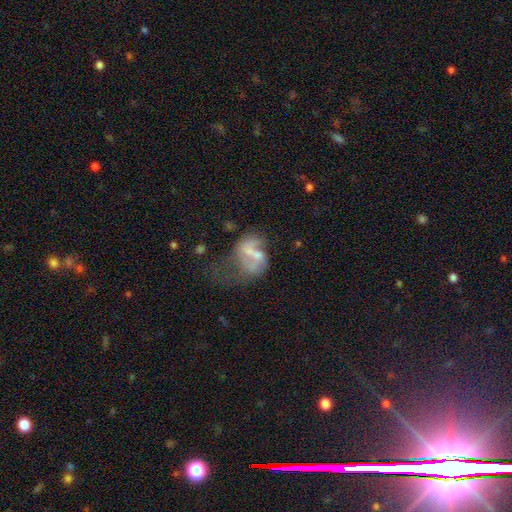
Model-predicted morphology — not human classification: Overall: featured or disk (59%; smooth 27%). Edge-on disk: no (97%). Bar: no (63%; weak 27%). Spiral arms: no (60%; yes 40%). Bulge size: small (36%; none 34%). Merging: major disturbance (38%; merger 30%).